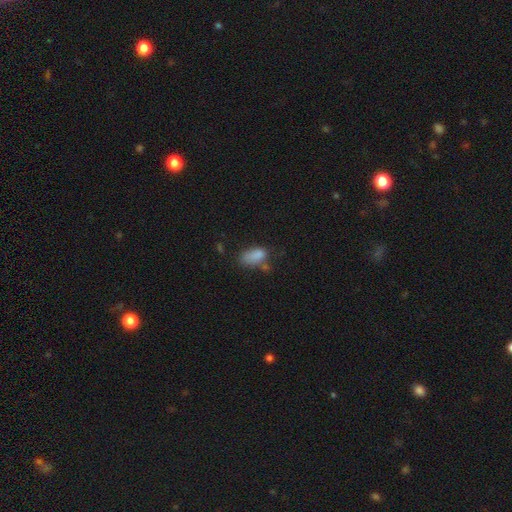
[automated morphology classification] Smooth or featured? Predicted: smooth (p=0.79). How rounded? Predicted: in between (p=0.89). Merging? Predicted: none (p=0.37).